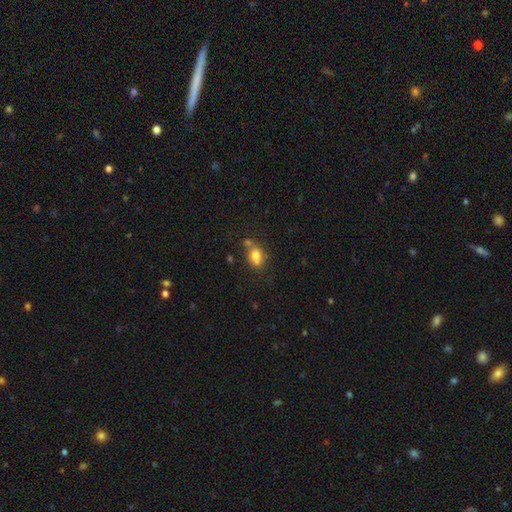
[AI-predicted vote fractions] Smooth or featured? smooth (70%)
How rounded? in between (56%)
Merging? none (47%)